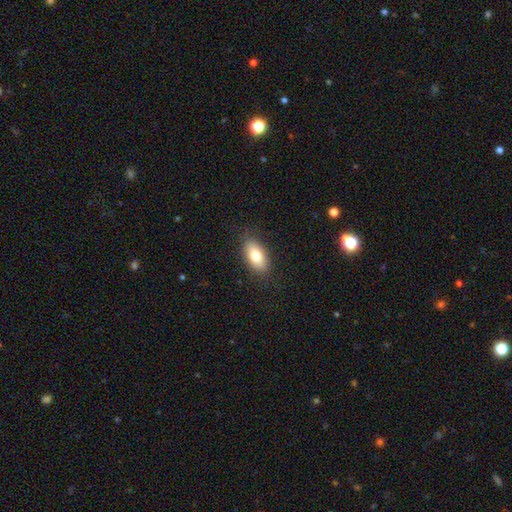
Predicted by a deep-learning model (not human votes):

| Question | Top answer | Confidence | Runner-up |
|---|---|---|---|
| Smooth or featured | smooth | 78% | featured or disk (14%) |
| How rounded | in between | 89% | cigar-shaped (7%) |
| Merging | none | 86% | minor disturbance (10%) |